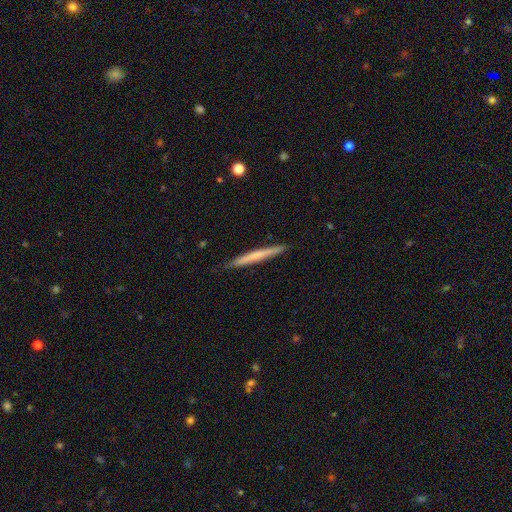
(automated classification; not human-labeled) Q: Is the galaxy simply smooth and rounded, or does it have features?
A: smooth — 56%.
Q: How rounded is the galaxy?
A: cigar-shaped — 97%.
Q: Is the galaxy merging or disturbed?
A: none — 88%.